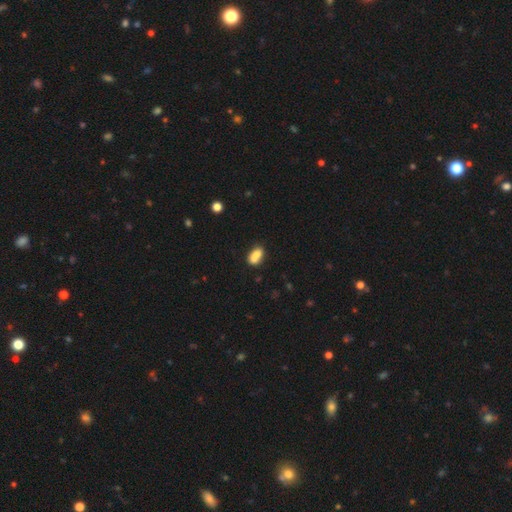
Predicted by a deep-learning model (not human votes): The model was most divided on "merging": merger: 41%, none: 37%, minor disturbance: 16%, major disturbance: 6%. More confident: how rounded — in between (79%); smooth or featured — smooth (74%).